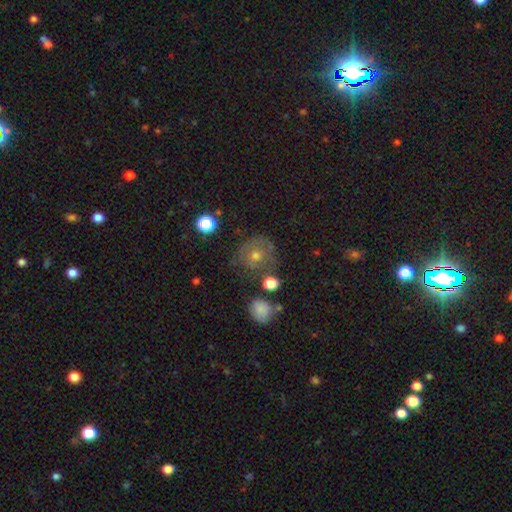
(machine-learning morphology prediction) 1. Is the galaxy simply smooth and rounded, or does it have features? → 53% smooth, 30% featured or disk, 17% star or artifact.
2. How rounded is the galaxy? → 84% round, 15% in between, 1% cigar-shaped.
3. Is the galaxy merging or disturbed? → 64% none, 20% minor disturbance, 10% major disturbance, 6% merger.